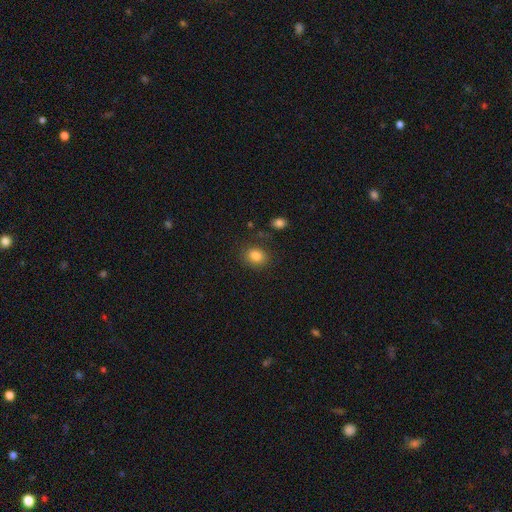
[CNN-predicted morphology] Smooth or featured? smooth (83%)
How rounded? round (52%)
Merging? none (83%)